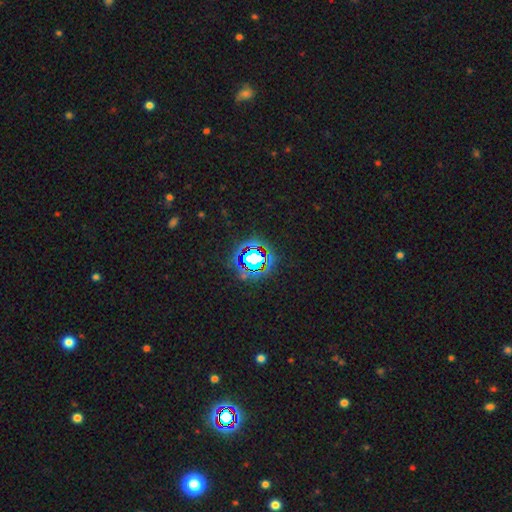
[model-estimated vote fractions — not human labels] The model was most divided on "smooth or featured": star or artifact: 73%, smooth: 15%, featured or disk: 12%.